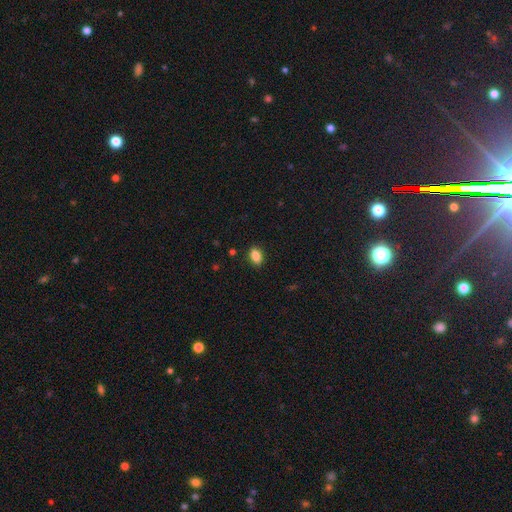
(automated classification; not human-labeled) Smooth or featured? Predicted: smooth (p=0.88). How rounded? Predicted: in between (p=0.88). Merging? Predicted: none (p=0.88).